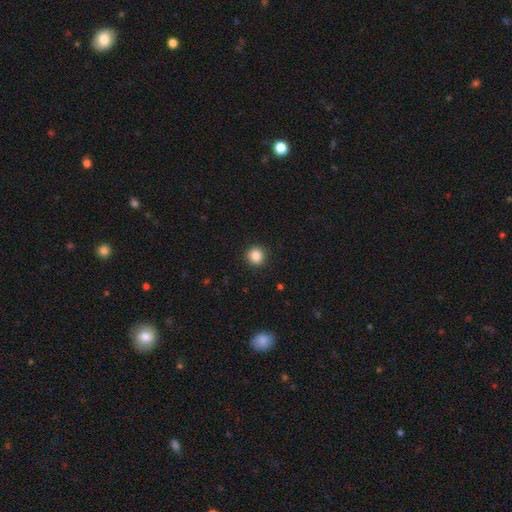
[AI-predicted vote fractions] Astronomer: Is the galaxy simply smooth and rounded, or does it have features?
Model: smooth — 86%.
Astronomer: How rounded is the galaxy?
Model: round — 93%.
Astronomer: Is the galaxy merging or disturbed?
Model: none — 92%.